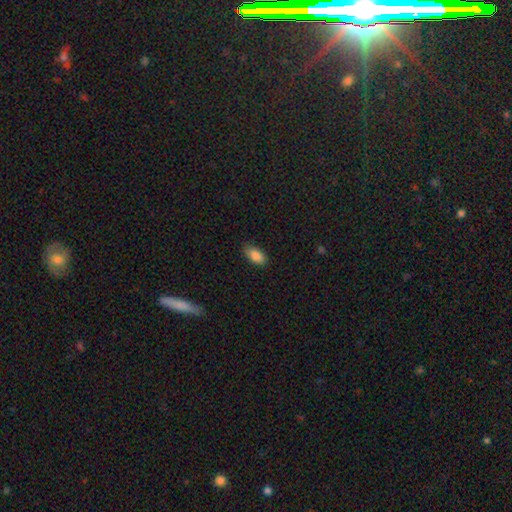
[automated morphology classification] Smooth or featured? smooth (88%)
How rounded? in between (92%)
Merging? none (83%)